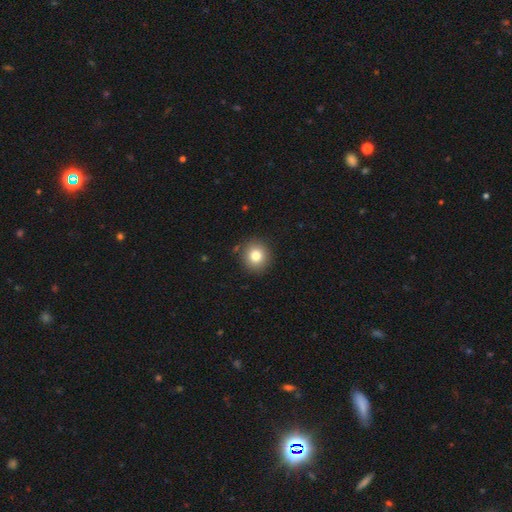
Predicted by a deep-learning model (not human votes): Smooth or featured? smooth (80%)
How rounded? round (91%)
Merging? none (89%)